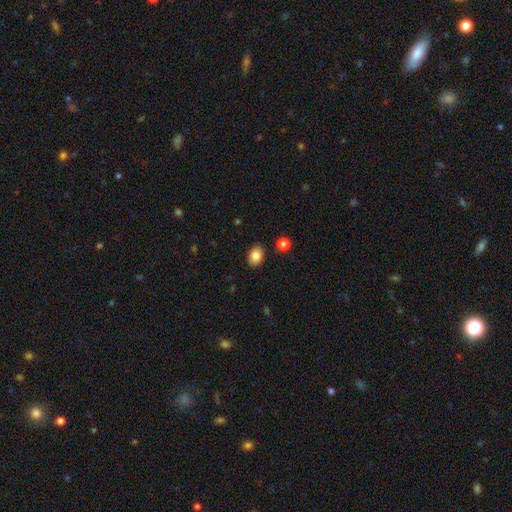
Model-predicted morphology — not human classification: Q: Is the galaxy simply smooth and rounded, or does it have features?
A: smooth — 84%.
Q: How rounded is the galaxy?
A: in between — 74%.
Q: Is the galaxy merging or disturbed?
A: none — 88%.